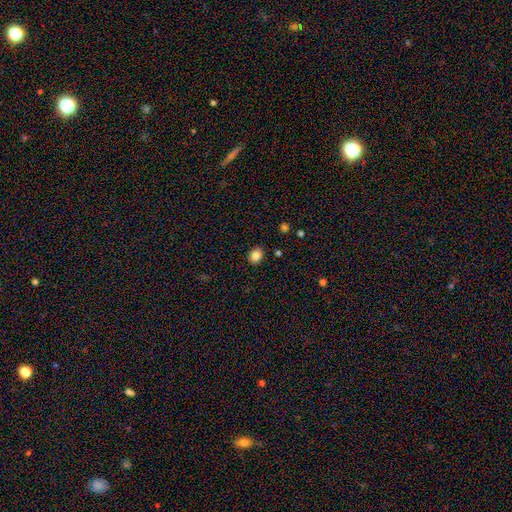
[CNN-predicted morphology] This appears to be a smooth galaxy with no disk features (83%) that is round (61%). Merging: none (89%).